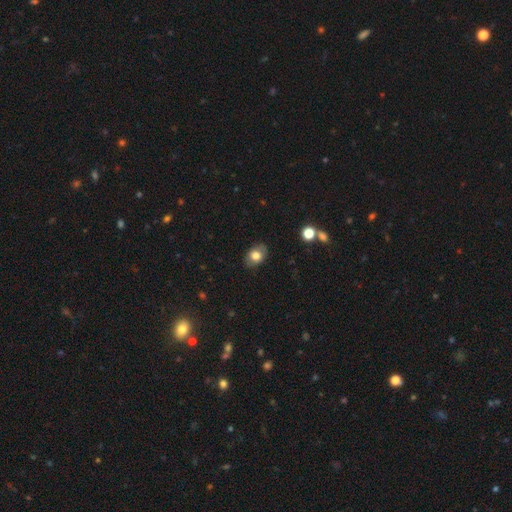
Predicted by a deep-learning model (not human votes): Smooth or featured? smooth (77%)
How rounded? in between (74%)
Merging? none (84%)